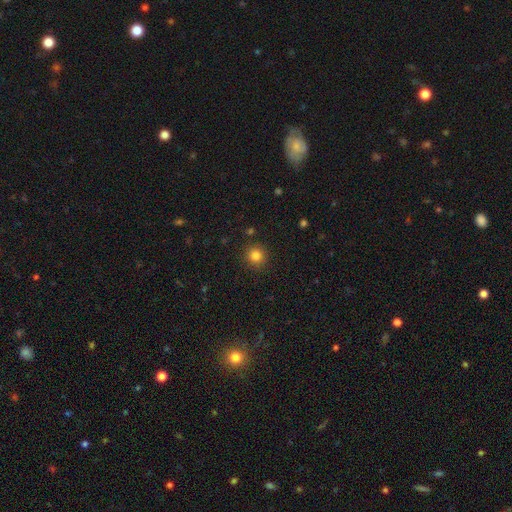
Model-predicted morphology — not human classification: smooth_or_featured: smooth (p=0.83) [alt: star or artifact p=0.12]
how_rounded: round (p=0.94) [alt: in between p=0.05]
merging: none (p=0.91) [alt: minor disturbance p=0.06]